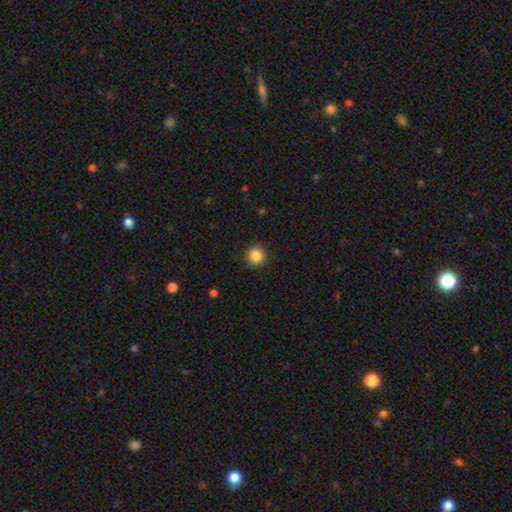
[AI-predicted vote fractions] Morphology: type=smooth (87%); roundness=round (95%); merging=none (92%).